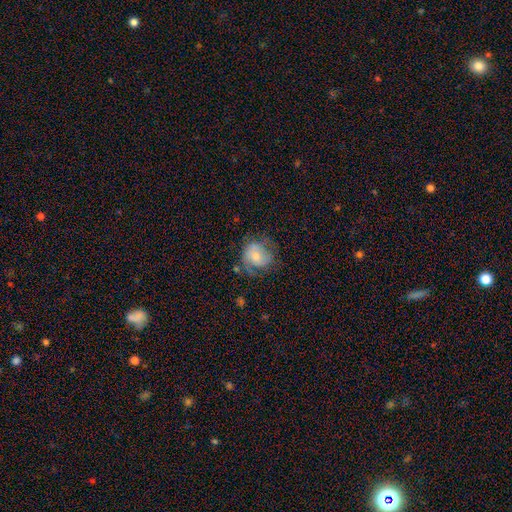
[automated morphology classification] smooth_or_featured: smooth (p=0.50) [alt: featured or disk p=0.41]
how_rounded: round (p=0.72) [alt: in between p=0.27]
merging: none (p=0.49) [alt: minor disturbance p=0.27]